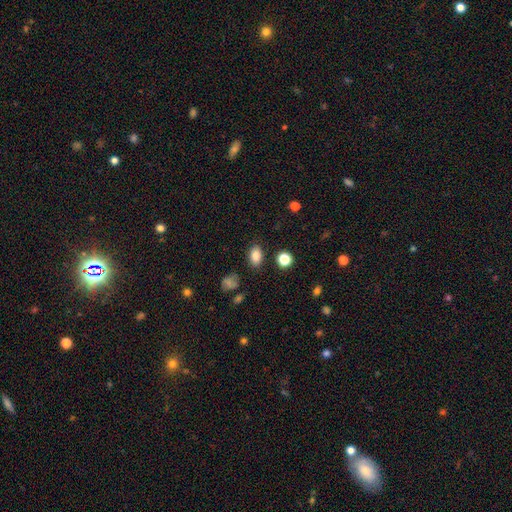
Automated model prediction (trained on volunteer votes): A smooth galaxy with no disk features (84%) that is in between round and cigar-shaped (85%). Merging: none (84%).